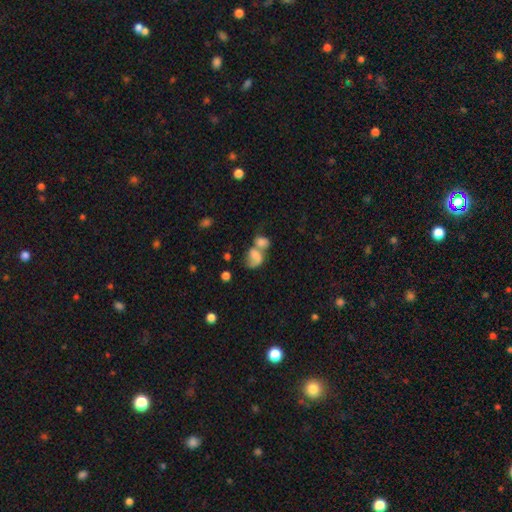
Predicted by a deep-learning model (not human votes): Smooth or featured: smooth — 60% (featured or disk — 29%)
How rounded: in between — 69% (round — 29%)
Merging: merger — 66% (none — 15%)